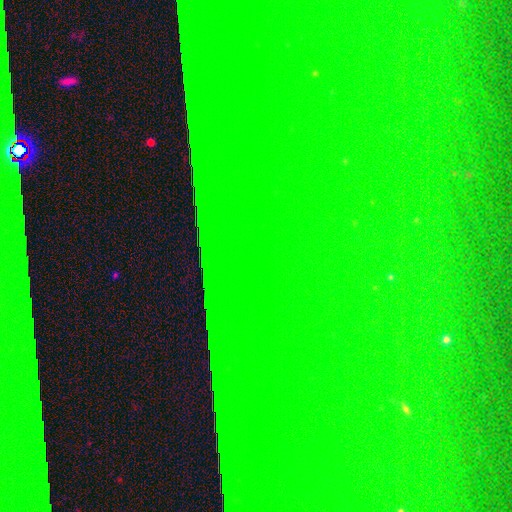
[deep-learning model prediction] Smooth or featured? Predicted: star or artifact (p=0.86).